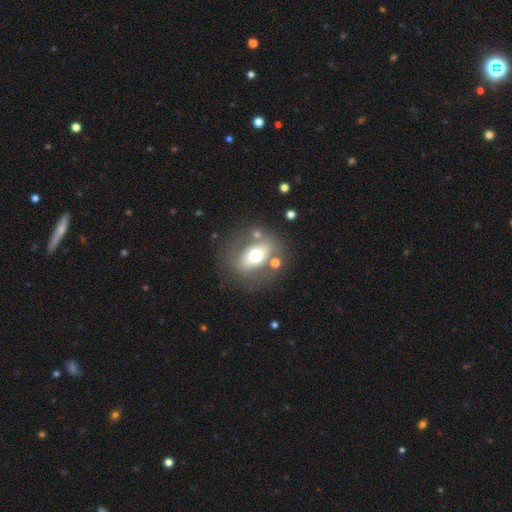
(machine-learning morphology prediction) A smooth galaxy with no disk features (47%).

Vote fractions:
- Smooth or featured? smooth: 47% / featured or disk: 42% / star or artifact: 10%
- Merging? none: 66% / minor disturbance: 15% / major disturbance: 10% / merger: 8%